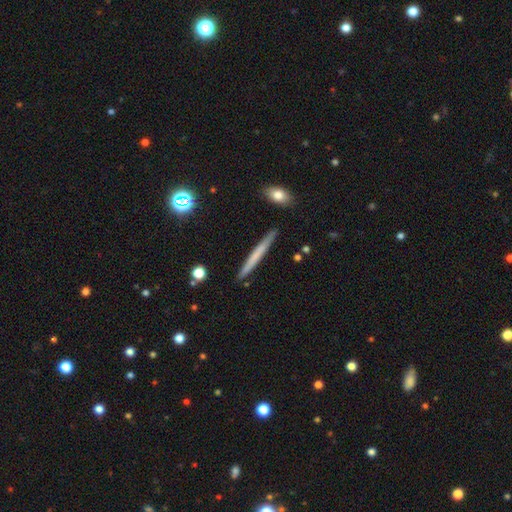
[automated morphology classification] Smooth or featured: smooth — 56% (featured or disk — 37%)
How rounded: cigar-shaped — 97% (in between — 2%)
Merging: none — 90% (minor disturbance — 7%)